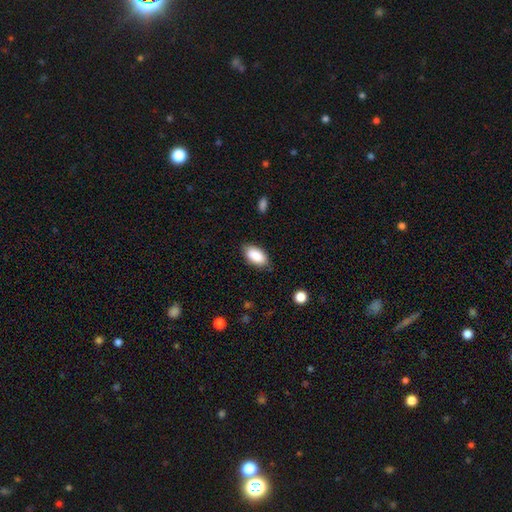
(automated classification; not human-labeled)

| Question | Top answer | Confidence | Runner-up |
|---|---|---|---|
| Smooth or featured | smooth | 88% | star or artifact (7%) |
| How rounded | in between | 94% | cigar-shaped (3%) |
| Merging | none | 81% | minor disturbance (14%) |